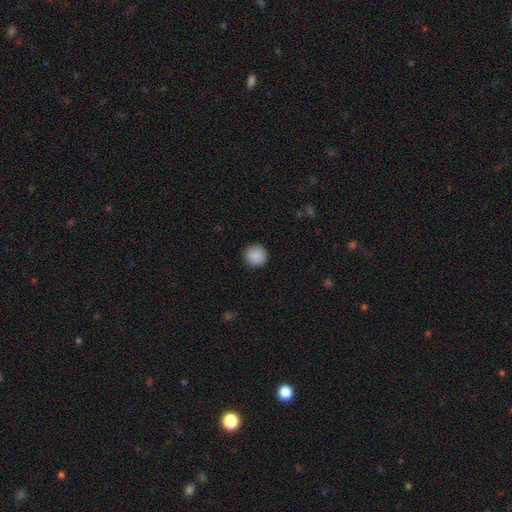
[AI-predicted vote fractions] A smooth galaxy with no disk features (89%) that is round (95%). Merging: none (92%).